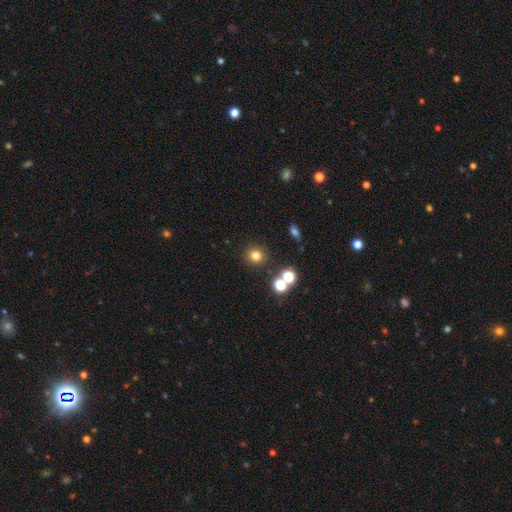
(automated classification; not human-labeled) Morphology: type=smooth (77%); roundness=round (92%); merging=none (86%).